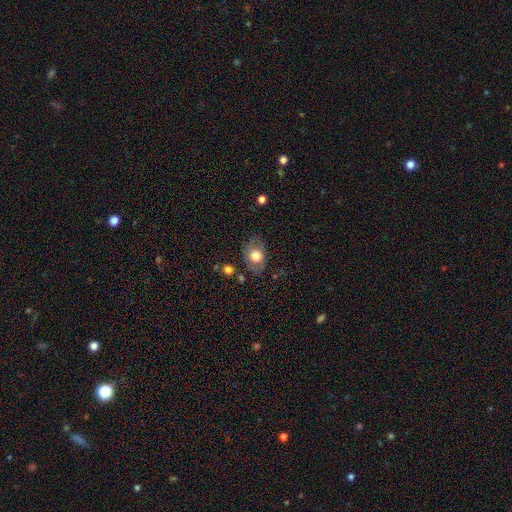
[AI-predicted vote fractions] Smooth or featured? Predicted: smooth (p=0.62). How rounded? Predicted: in between (p=0.74). Merging? Predicted: none (p=0.71).